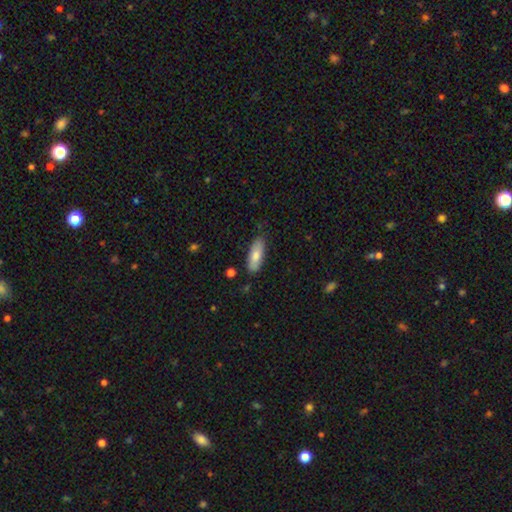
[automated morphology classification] Smooth or featured? smooth (77%)
How rounded? in between (66%)
Merging? none (80%)